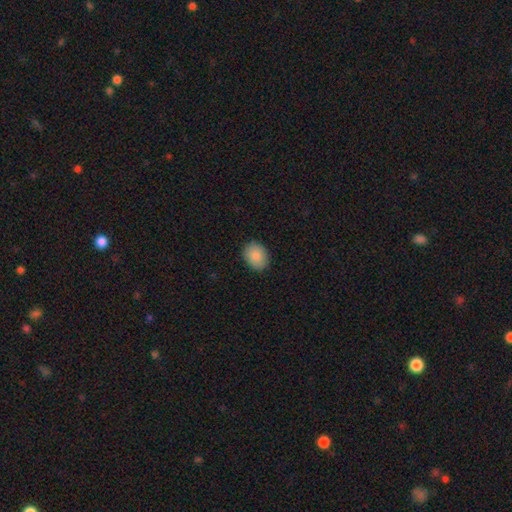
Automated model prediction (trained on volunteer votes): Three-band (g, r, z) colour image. It shows a smooth galaxy with no disk features (87%) that is in between round and cigar-shaped (68%). Merging: none (88%).